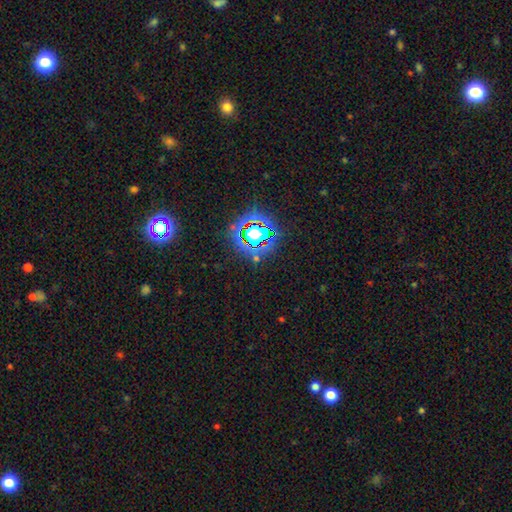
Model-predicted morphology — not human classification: Smooth or featured: star or artifact — 76% (smooth — 15%)